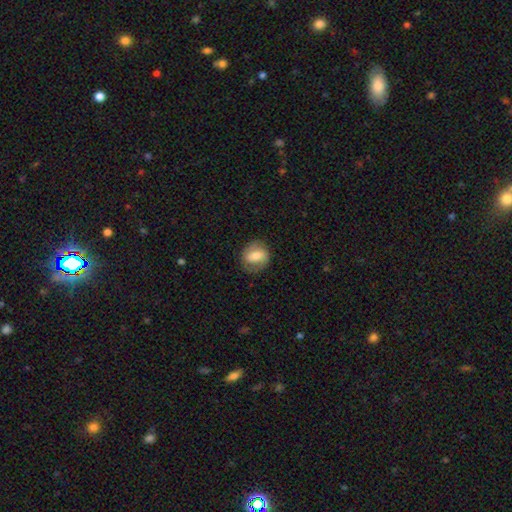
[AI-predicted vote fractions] Smooth or featured? Predicted: smooth (p=0.49). Merging? Predicted: none (p=0.79).